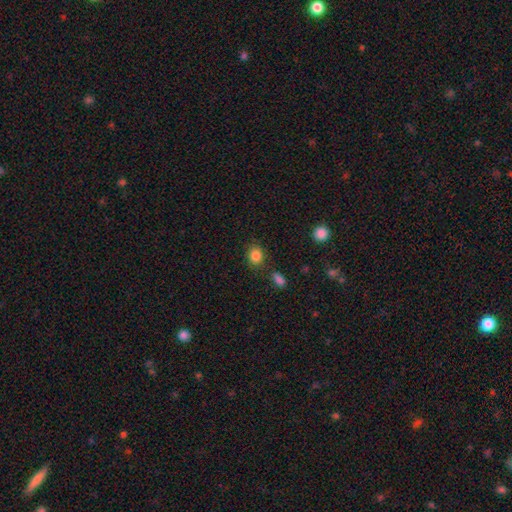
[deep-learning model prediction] This is clearly a smooth galaxy (85%). How rounded: possibly round (60%). Merging: clearly none (80%).